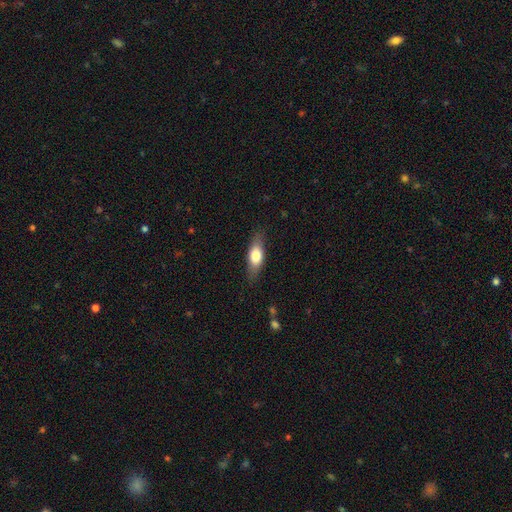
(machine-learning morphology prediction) Smooth or featured? smooth (69%)
How rounded? in between (67%)
Merging? none (82%)